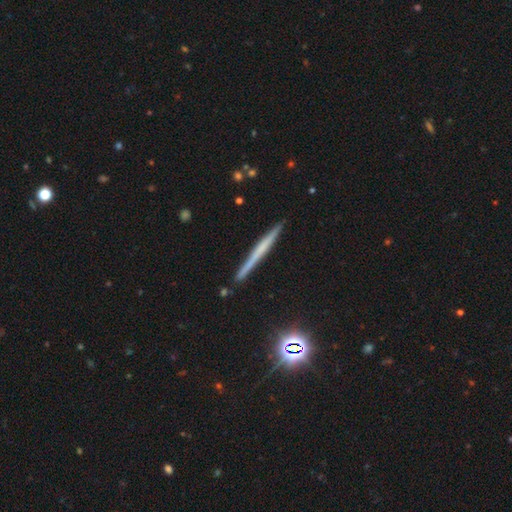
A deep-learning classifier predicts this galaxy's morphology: Smooth or featured: featured or disk — 53% (smooth — 35%)
Edge-on disk: yes — 97% (no — 3%)
Edge-on bulge: none — 80% (rounded — 15%)
Merging: none — 89% (minor disturbance — 8%)